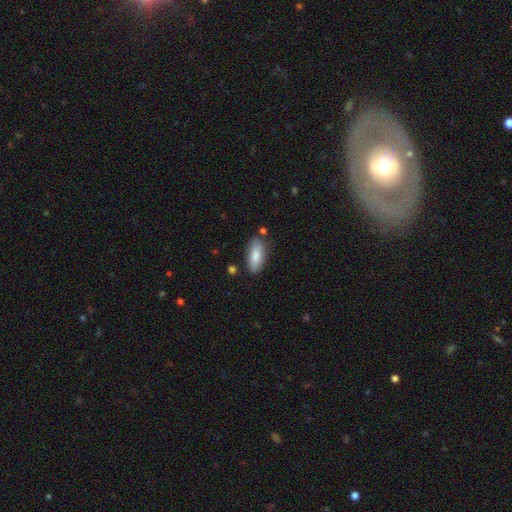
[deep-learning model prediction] smooth-or-featured: smooth: 83% | featured or disk: 11% | star or artifact: 6%
  how-rounded: in between: 84% | cigar-shaped: 14% | round: 2%
  merging: none: 81% | minor disturbance: 13% | merger: 3% | major disturbance: 3%